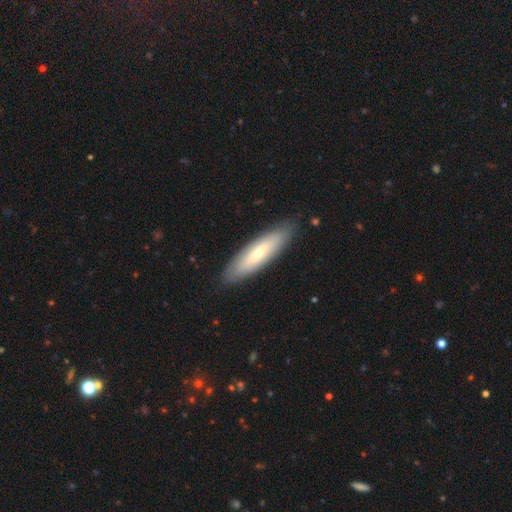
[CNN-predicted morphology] Smooth or featured: smooth — 55% (featured or disk — 39%)
How rounded: cigar-shaped — 66% (in between — 32%)
Merging: none — 88% (minor disturbance — 9%)